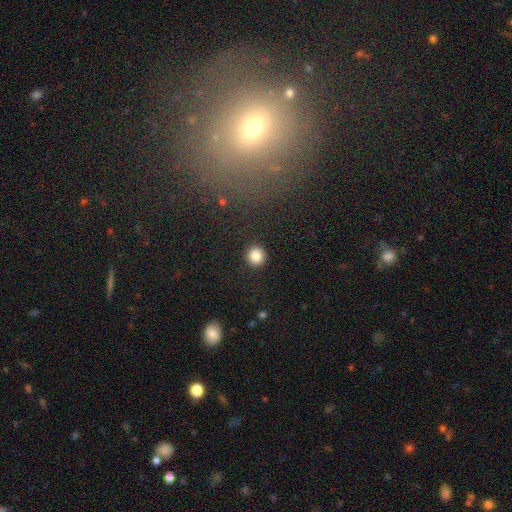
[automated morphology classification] Smooth or featured? Predicted: smooth (p=0.86). How rounded? Predicted: round (p=0.94). Merging? Predicted: none (p=0.92).